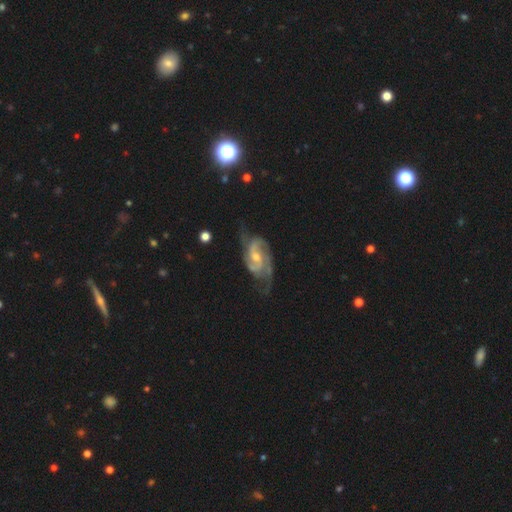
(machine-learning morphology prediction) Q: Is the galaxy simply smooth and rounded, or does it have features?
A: featured or disk — 90%.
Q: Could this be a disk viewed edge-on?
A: no — 97%.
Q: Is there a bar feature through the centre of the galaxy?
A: weak — 46%.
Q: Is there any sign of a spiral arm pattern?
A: yes — 98%.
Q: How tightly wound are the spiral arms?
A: medium — 51%.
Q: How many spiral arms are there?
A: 2 — 67%.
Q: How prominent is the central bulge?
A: moderate — 48%.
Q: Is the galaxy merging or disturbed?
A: none — 63%.